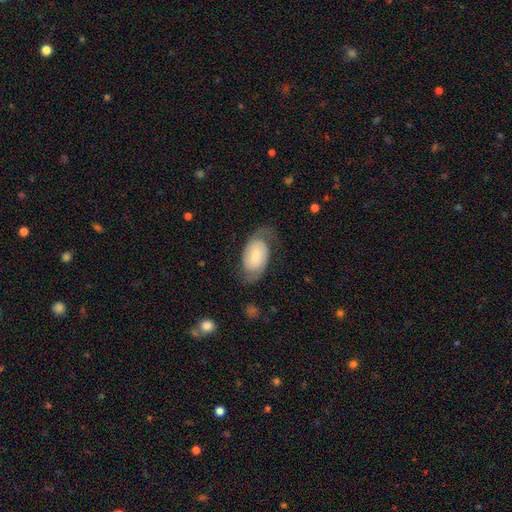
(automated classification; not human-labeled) Smooth or featured?
  - featured or disk: 66% *
  - smooth: 27%
  - star or artifact: 7%
Edge-on disk?
  - no: 96% *
  - yes: 4%
Bar?
  - no: 48% *
  - weak: 40%
  - strong: 12%
Spiral arms?
  - yes: 92% *
  - no: 8%
Spiral winding?
  - medium: 43% *
  - loose: 29%
  - tight: 28%
Spiral arm count?
  - 2: 86% *
  - can't tell: 7%
  - 1: 3%
  - 3: 1%
  - 4: 1%
  - more than 4: 1%
Bulge size?
  - small: 54% *
  - moderate: 29%
  - none: 7%
  - large: 7%
  - dominant: 3%
Merging?
  - none: 63% *
  - minor disturbance: 19%
  - major disturbance: 16%
  - merger: 2%